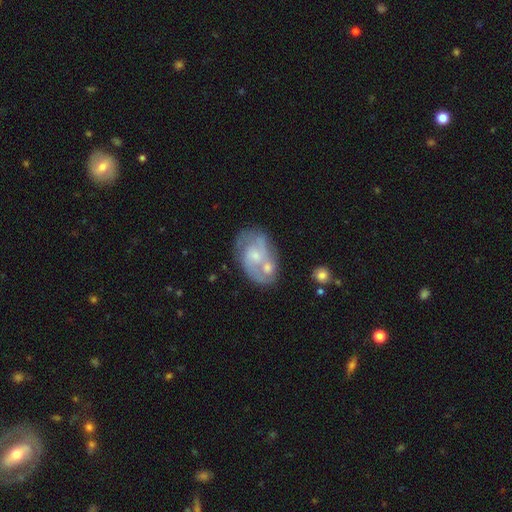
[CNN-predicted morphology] Smooth or featured? Predicted: featured or disk (p=0.73). Edge-on disk? Predicted: no (p=0.97). Bar? Predicted: no (p=0.66). Spiral arms? Predicted: yes (p=0.83). Spiral winding? Predicted: medium (p=0.49). Spiral arm count? Predicted: 2 (p=0.62). Bulge size? Predicted: small (p=0.56). Merging? Predicted: none (p=0.45).